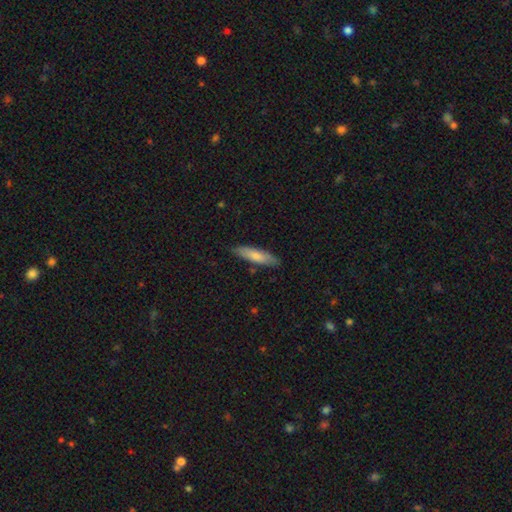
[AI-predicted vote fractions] A smooth galaxy with no disk features (77%) that is cigar-shaped (69%). Merging: none (84%).